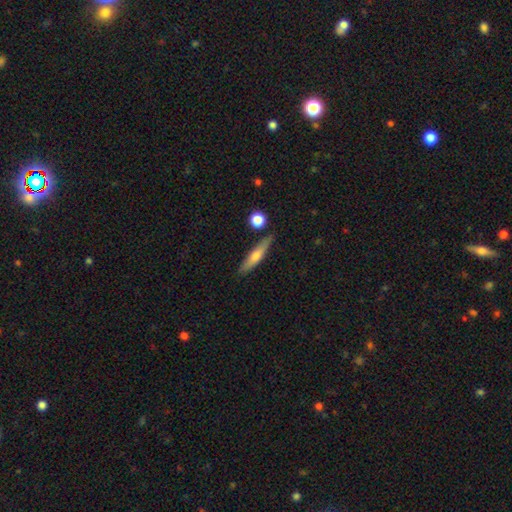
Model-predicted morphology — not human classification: A smooth galaxy with no disk features (54%) that is cigar-shaped (83%).

Vote fractions:
- Smooth or featured? smooth: 54% / featured or disk: 40% / star or artifact: 7%
- How rounded? cigar-shaped: 83% / in between: 14% / round: 2%
- Merging? none: 82% / minor disturbance: 11% / merger: 5% / major disturbance: 2%